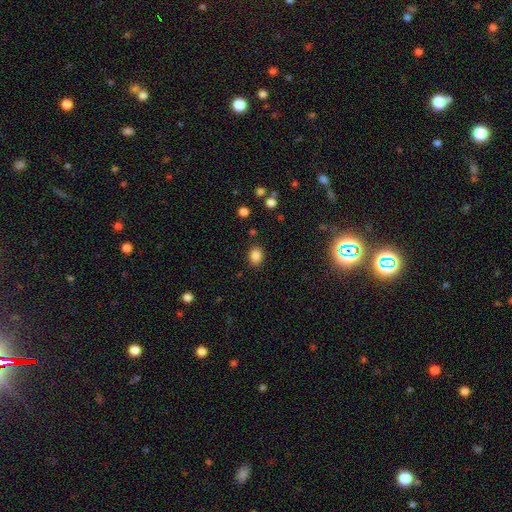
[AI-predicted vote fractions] Q: Smooth or featured?
A: smooth (85%); runner-up: star or artifact (11%)
Q: How rounded?
A: in between (63%); runner-up: round (36%)
Q: Merging?
A: none (86%); runner-up: minor disturbance (9%)